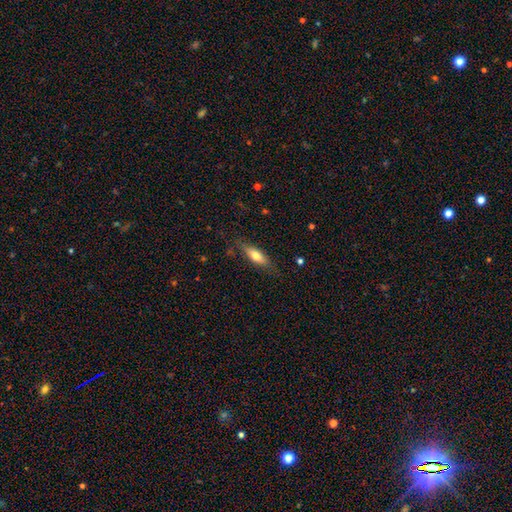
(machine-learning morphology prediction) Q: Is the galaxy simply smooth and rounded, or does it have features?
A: smooth — 68%.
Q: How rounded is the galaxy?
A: in between — 56%.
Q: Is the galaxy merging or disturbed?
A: none — 77%.